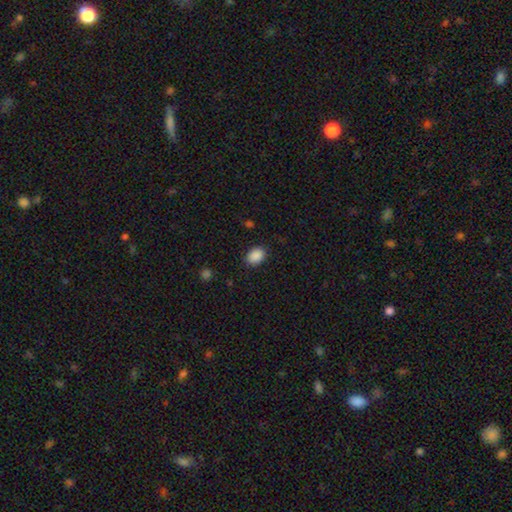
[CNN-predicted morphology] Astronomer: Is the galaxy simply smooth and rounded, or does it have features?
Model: smooth — 89%.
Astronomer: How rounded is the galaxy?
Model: in between — 70%.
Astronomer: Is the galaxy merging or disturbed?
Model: none — 87%.